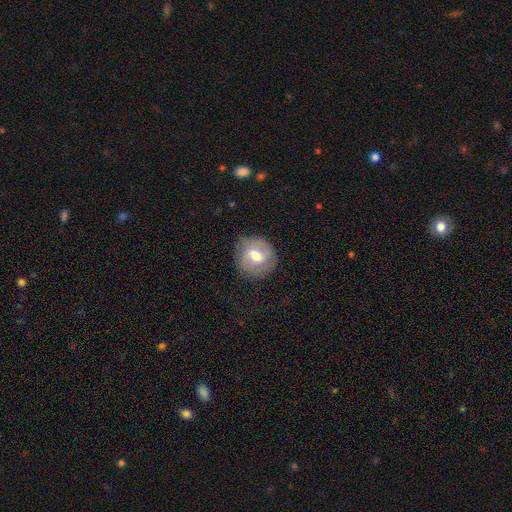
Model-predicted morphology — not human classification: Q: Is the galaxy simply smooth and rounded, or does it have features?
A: featured or disk — 47%.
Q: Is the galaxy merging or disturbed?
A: none — 77%.